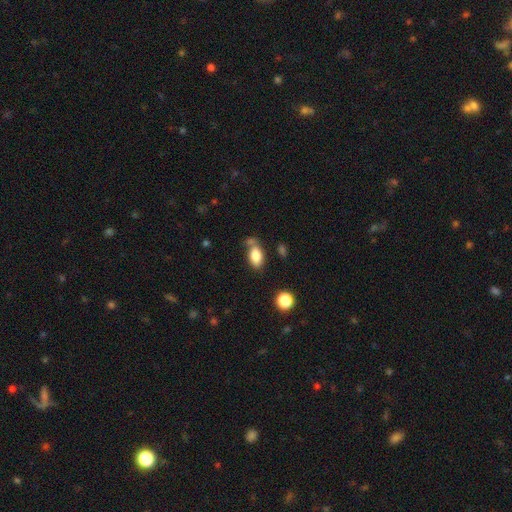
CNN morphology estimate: Smooth or featured? smooth (82%)
How rounded? in between (90%)
Merging? none (60%)